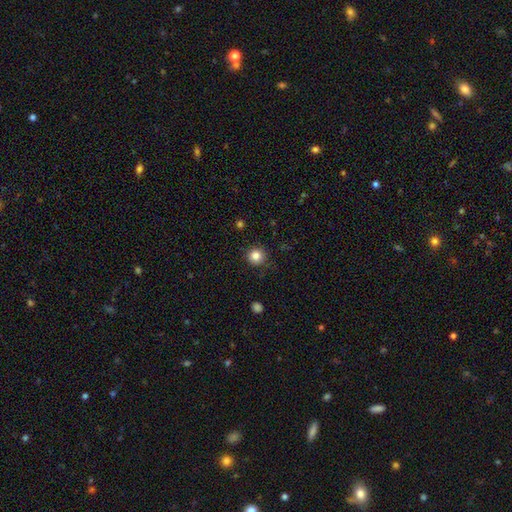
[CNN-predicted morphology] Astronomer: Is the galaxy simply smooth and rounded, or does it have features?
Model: smooth — 84%.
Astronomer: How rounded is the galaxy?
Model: round — 94%.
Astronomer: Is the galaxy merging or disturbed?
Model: none — 88%.